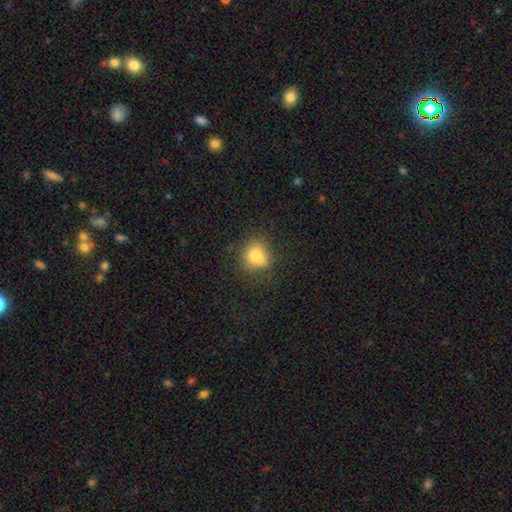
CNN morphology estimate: This is likely a smooth galaxy (80%). How rounded: likely round (66%). Merging: likely none (73%).